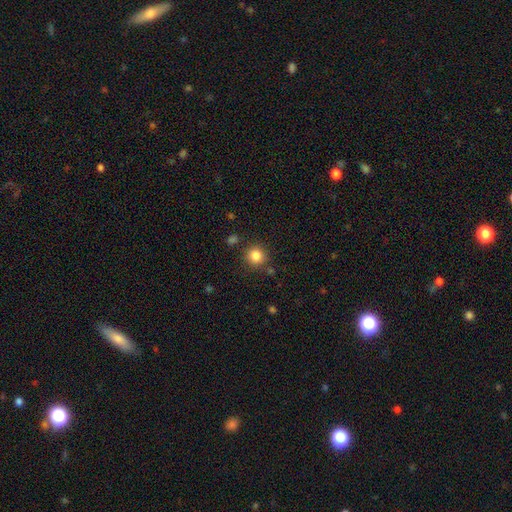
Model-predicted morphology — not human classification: Smooth or featured: smooth — 83% (star or artifact — 11%)
How rounded: round — 92% (in between — 7%)
Merging: none — 85% (minor disturbance — 8%)